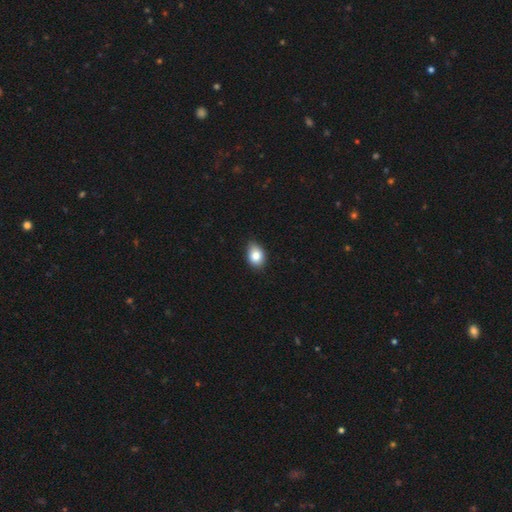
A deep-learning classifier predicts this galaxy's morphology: This is clearly a smooth galaxy (83%). How rounded: likely in between (72%). Merging: likely none (76%).